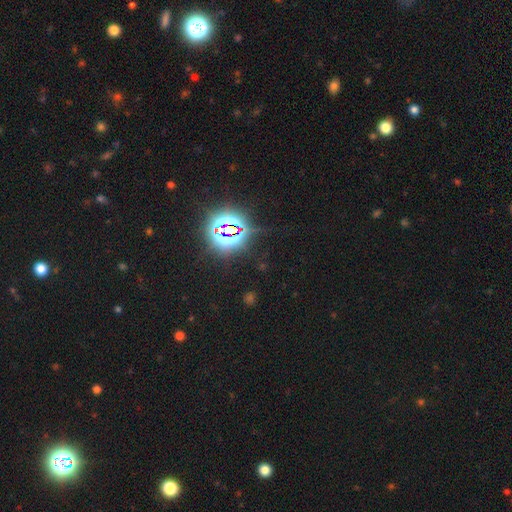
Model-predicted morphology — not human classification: Smooth or featured? star or artifact (82%)